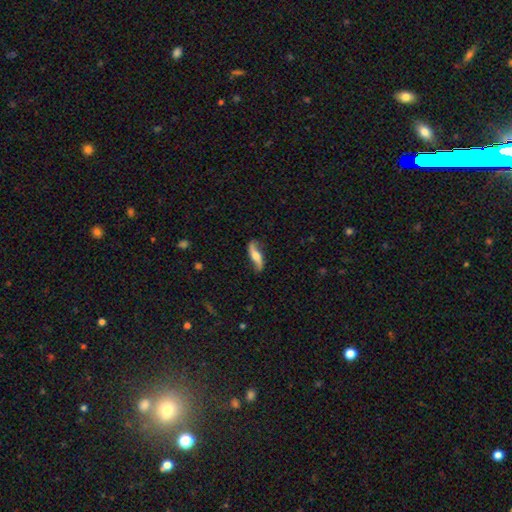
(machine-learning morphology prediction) Smooth or featured: featured or disk — 69% (smooth — 25%)
Edge-on disk: no — 66% (yes — 34%)
Merging: none — 78% (minor disturbance — 16%)